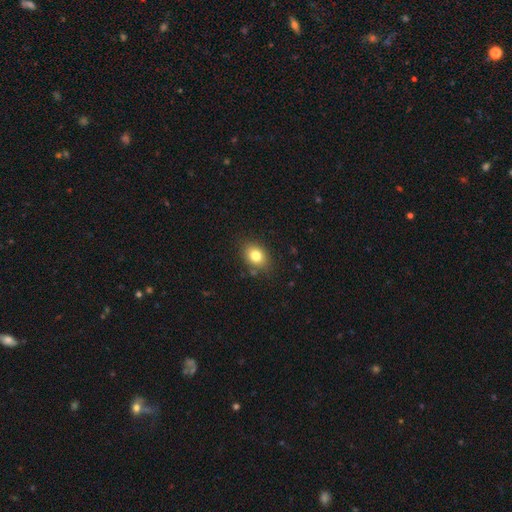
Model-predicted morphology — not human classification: type=smooth (81%); roundness=in between (65%); merging=none (82%).